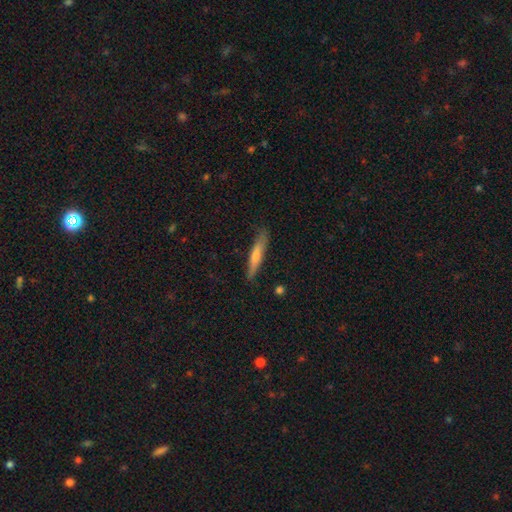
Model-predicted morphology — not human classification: This is likely a smooth galaxy (63%). How rounded: clearly cigar-shaped (91%). Merging: likely none (78%).